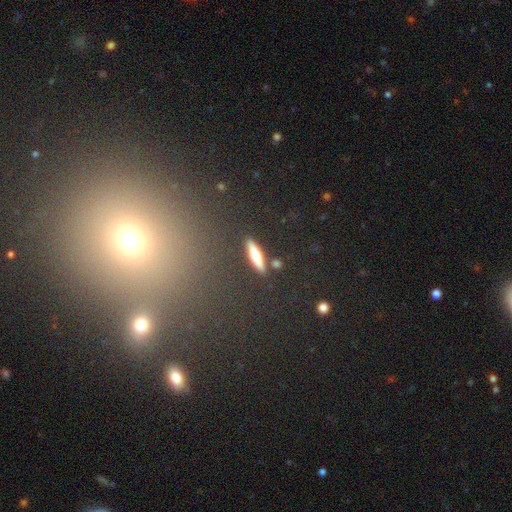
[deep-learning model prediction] Smooth or featured? smooth (60%)
How rounded? cigar-shaped (74%)
Merging? none (84%)